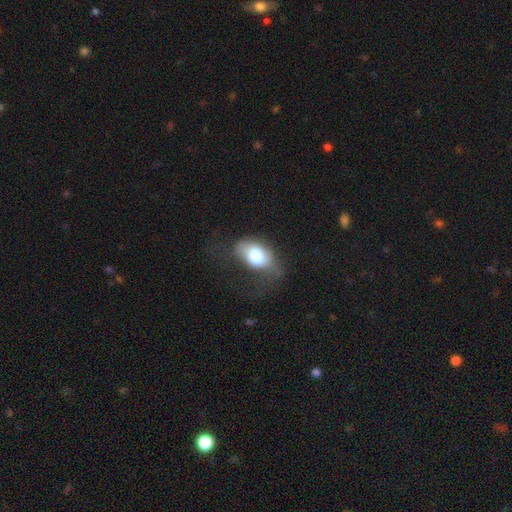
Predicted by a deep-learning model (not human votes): A smooth galaxy with no disk features (74%) that is in between round and cigar-shaped (85%).

Vote fractions:
- Smooth or featured? smooth: 74% / featured or disk: 18% / star or artifact: 8%
- How rounded? in between: 85% / round: 14% / cigar-shaped: 2%
- Merging? none: 36% / minor disturbance: 32% / major disturbance: 29% / merger: 2%